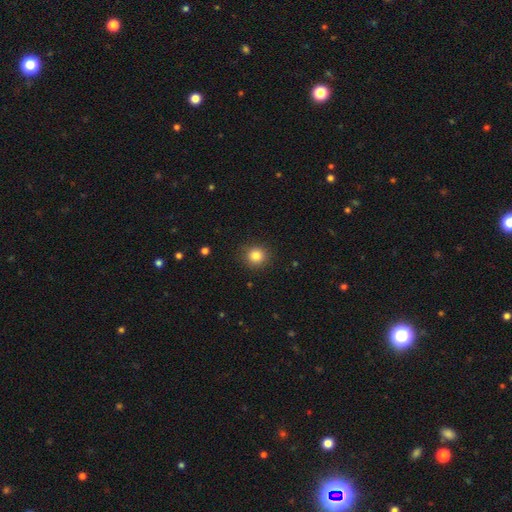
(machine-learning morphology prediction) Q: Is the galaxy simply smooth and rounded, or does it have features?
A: smooth — 84%.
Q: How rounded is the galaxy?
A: round — 89%.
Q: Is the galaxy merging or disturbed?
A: none — 89%.